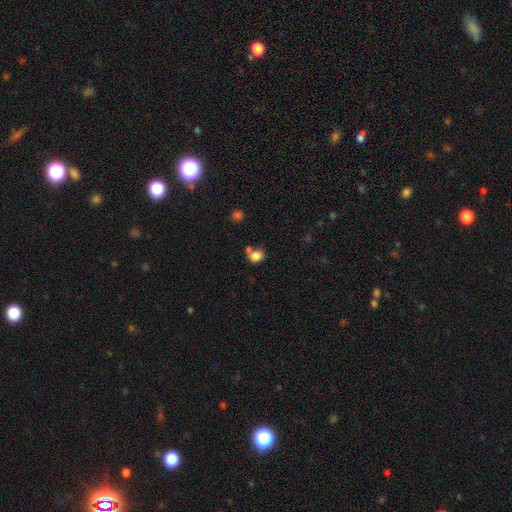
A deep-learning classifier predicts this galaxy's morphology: smooth_or_featured: smooth (p=0.82) [alt: star or artifact p=0.11]
how_rounded: round (p=0.59) [alt: in between p=0.40]
merging: none (p=0.49) [alt: merger p=0.28]